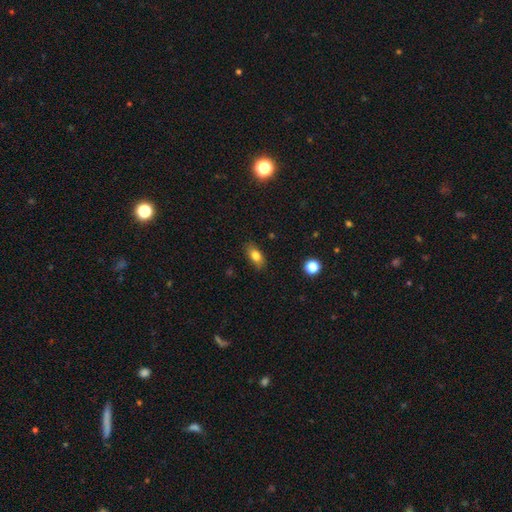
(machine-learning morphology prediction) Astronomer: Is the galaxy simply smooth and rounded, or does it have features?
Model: smooth — 79%.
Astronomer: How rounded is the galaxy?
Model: in between — 84%.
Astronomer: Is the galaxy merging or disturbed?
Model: none — 85%.